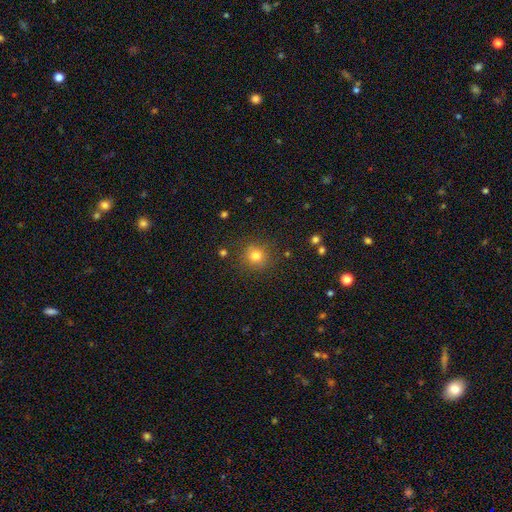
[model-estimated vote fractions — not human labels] A smooth galaxy with no disk features (78%) that is round (91%). Merging: none (85%).